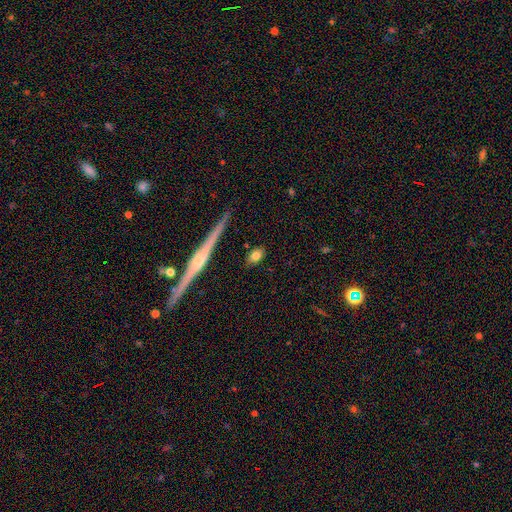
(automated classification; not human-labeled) The model was most divided on "how rounded": in between: 69%, round: 22%, cigar-shaped: 9%. More confident: merging — none (84%); smooth or featured — smooth (78%).